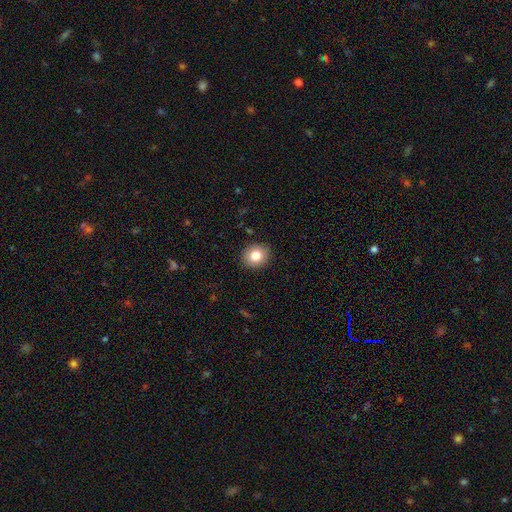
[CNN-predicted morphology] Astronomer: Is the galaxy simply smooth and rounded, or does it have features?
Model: smooth — 81%.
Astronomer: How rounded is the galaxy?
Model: round — 76%.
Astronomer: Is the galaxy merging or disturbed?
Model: none — 90%.